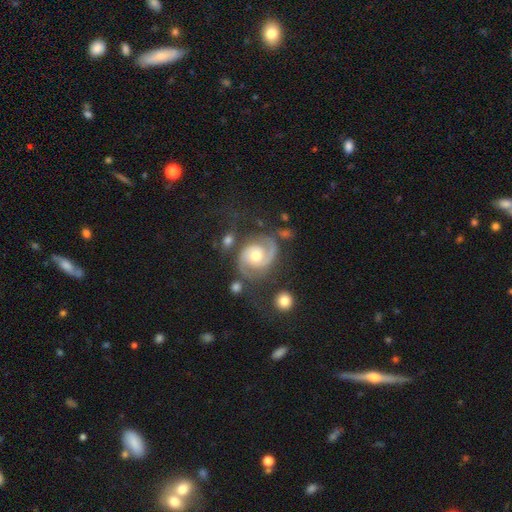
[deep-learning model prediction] Smooth or featured? featured or disk (89%)
Edge-on disk? no (98%)
Bar? no (68%)
Spiral arms? yes (97%)
Spiral winding? tight (47%)
Spiral arm count? 2 (88%)
Bulge size? moderate (74%)
Merging? none (66%)